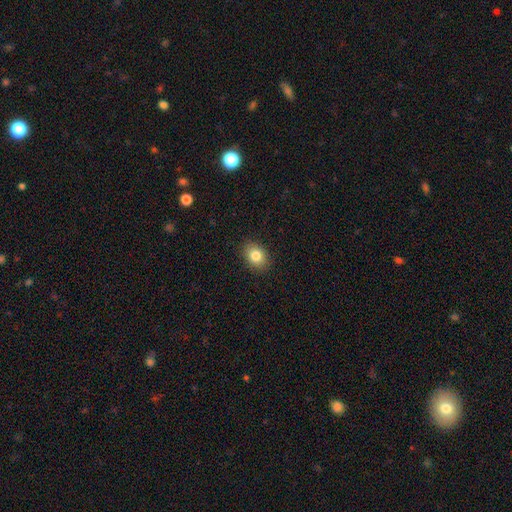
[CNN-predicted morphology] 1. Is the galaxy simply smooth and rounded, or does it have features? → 83% smooth, 9% star or artifact, 8% featured or disk.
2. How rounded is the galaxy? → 64% in between, 35% round, 1% cigar-shaped.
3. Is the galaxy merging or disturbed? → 89% none, 8% minor disturbance, 2% major disturbance, 1% merger.